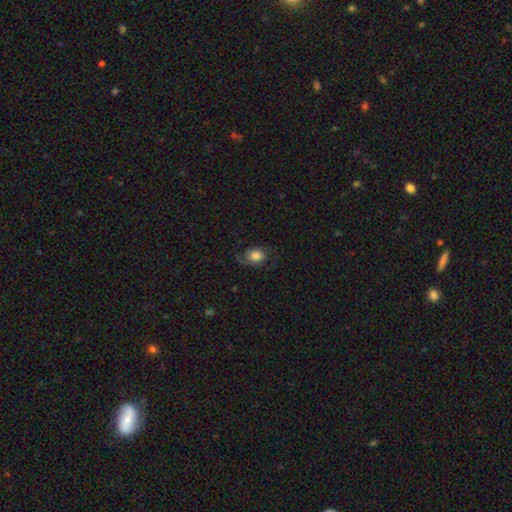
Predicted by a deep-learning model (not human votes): Smooth or featured? smooth (48%)
Merging? none (65%)